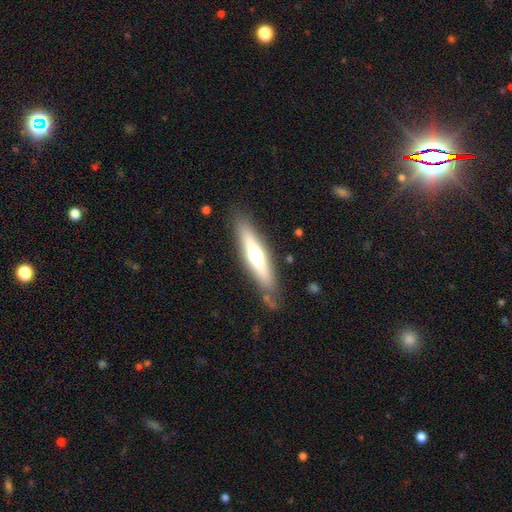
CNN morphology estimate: A featured or disk galaxy (49%). Merging: none (81%).